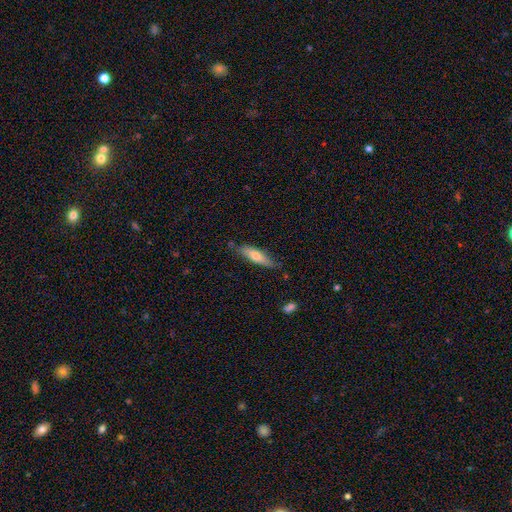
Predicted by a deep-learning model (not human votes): Overall: smooth (65%; featured or disk 28%). How rounded: cigar-shaped (67%; in between 31%). Merging: none (76%).